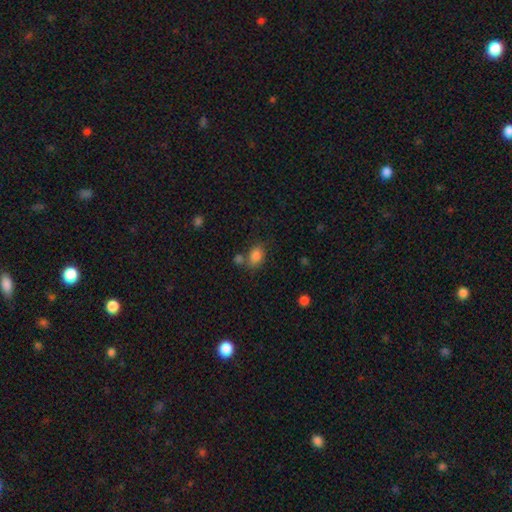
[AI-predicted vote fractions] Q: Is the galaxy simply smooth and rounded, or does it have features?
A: smooth — 84%.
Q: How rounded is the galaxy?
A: in between — 79%.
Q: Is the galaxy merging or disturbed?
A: none — 61%.